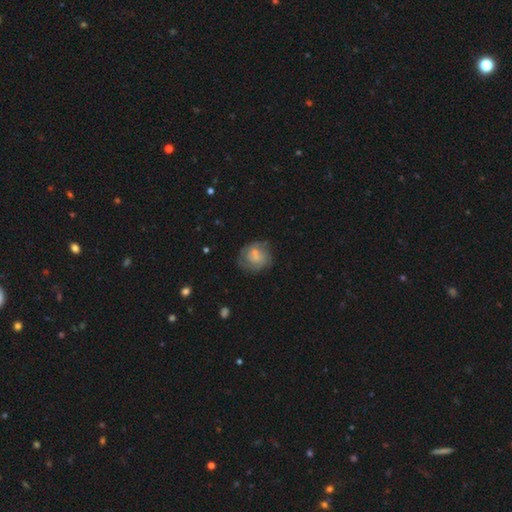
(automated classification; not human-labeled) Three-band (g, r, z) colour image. It shows a featured or disk galaxy (57%) with no bar (67%), spiral arms (79%) and a small central bulge (54%). Merging: none (61%).